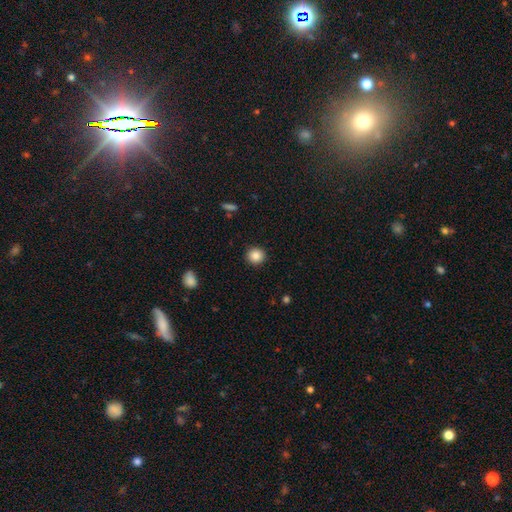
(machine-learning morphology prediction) A smooth galaxy with no disk features (86%) that is round (93%).

Vote fractions:
- Smooth or featured? smooth: 86% / star or artifact: 10% / featured or disk: 4%
- How rounded? round: 93% / in between: 6% / cigar-shaped: 1%
- Merging? none: 92% / minor disturbance: 5% / major disturbance: 2% / merger: 1%